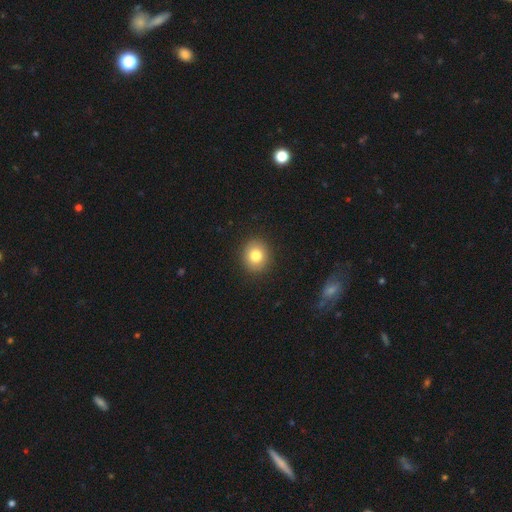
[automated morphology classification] smooth_or_featured: smooth (p=0.81) [alt: featured or disk p=0.10]
how_rounded: round (p=0.79) [alt: in between p=0.21]
merging: none (p=0.90) [alt: minor disturbance p=0.06]